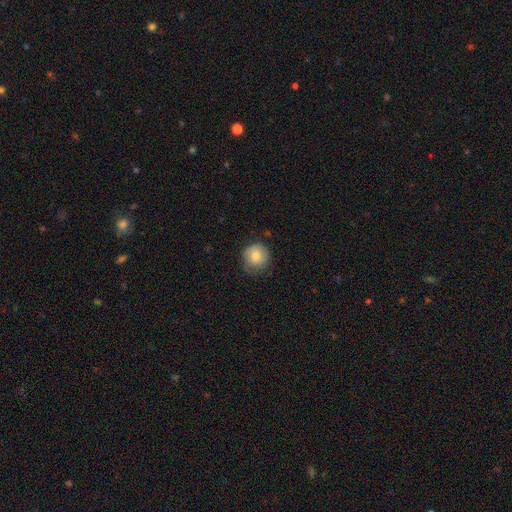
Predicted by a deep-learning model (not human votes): smooth_or_featured: smooth (p=0.78) [alt: featured or disk p=0.15]
how_rounded: round (p=0.91) [alt: in between p=0.08]
merging: none (p=0.67) [alt: minor disturbance p=0.25]